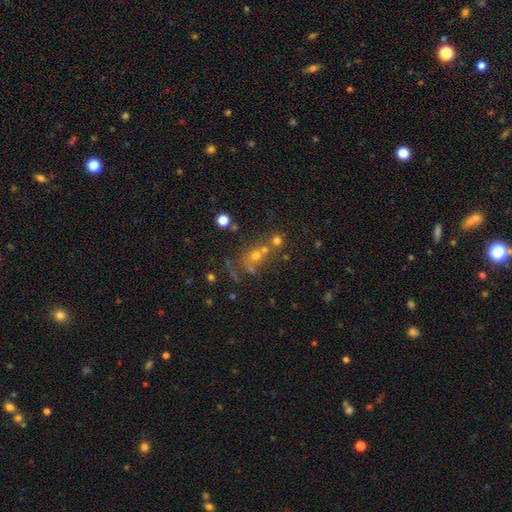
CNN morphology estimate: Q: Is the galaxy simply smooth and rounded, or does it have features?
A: smooth — 43%.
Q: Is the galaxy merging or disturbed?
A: merger — 41%.